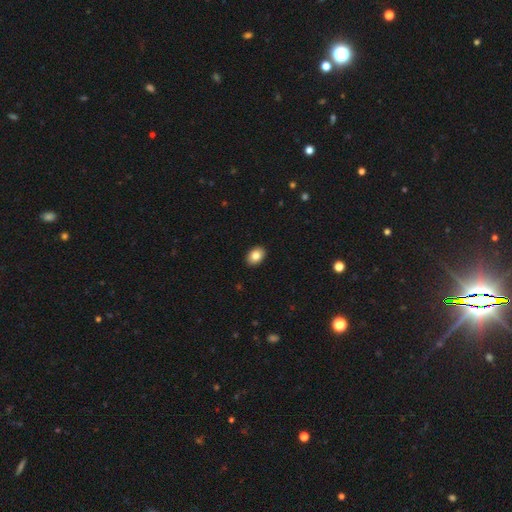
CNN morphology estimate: smooth-or-featured: smooth: 84% | featured or disk: 8% | star or artifact: 8%
  how-rounded: in between: 78% | round: 21% | cigar-shaped: 1%
  merging: none: 91% | minor disturbance: 6% | major disturbance: 2% | merger: 1%